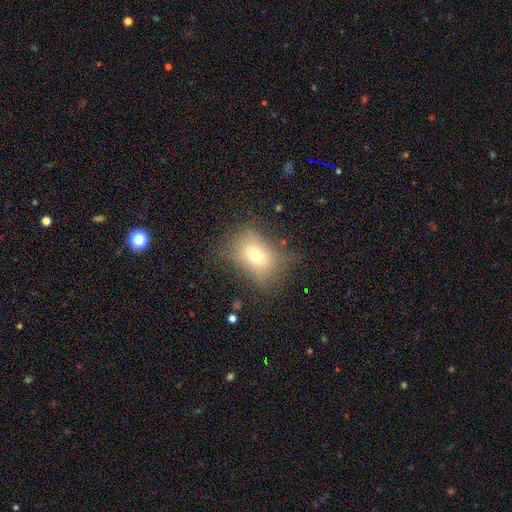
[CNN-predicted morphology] The model was most divided on "merging": none: 59%, minor disturbance: 25%, major disturbance: 14%, merger: 2%. More confident: how rounded — in between (70%); smooth or featured — smooth (67%).